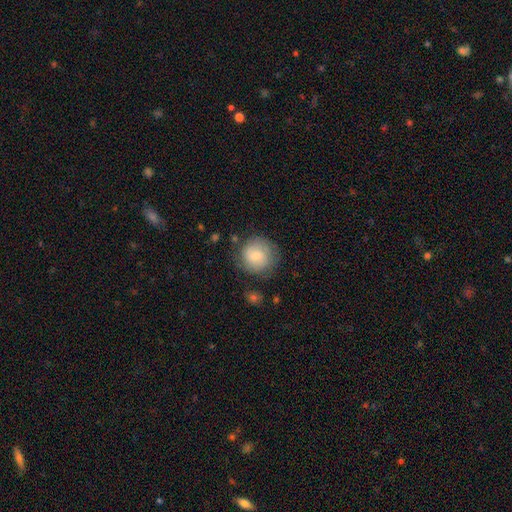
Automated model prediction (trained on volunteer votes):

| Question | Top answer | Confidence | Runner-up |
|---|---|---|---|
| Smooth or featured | smooth | 61% | featured or disk (31%) |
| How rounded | round | 90% | in between (9%) |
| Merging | none | 74% | minor disturbance (17%) |